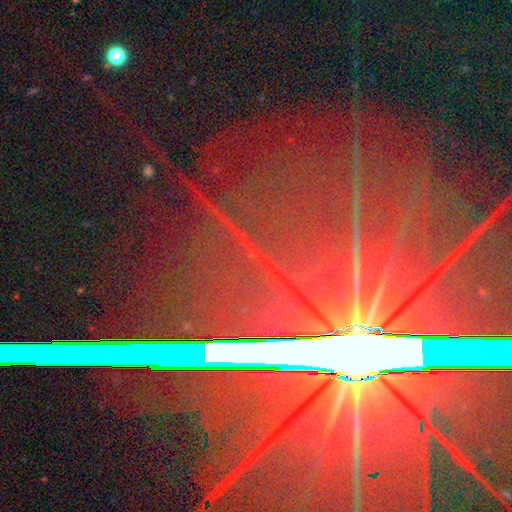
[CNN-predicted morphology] smooth_or_featured: star or artifact (p=0.86) [alt: featured or disk p=0.09]